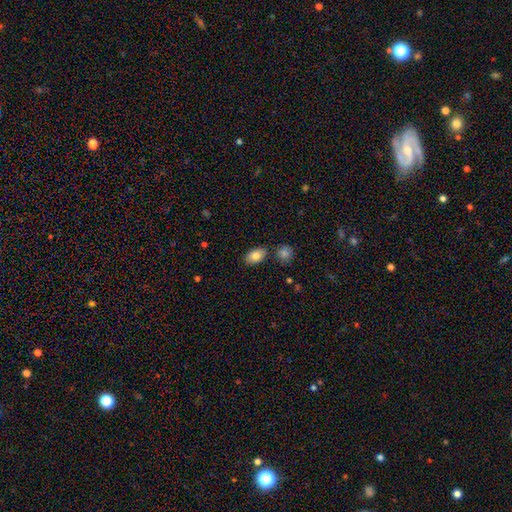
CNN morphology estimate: type=smooth (82%); roundness=in between (90%); merging=none (80%).